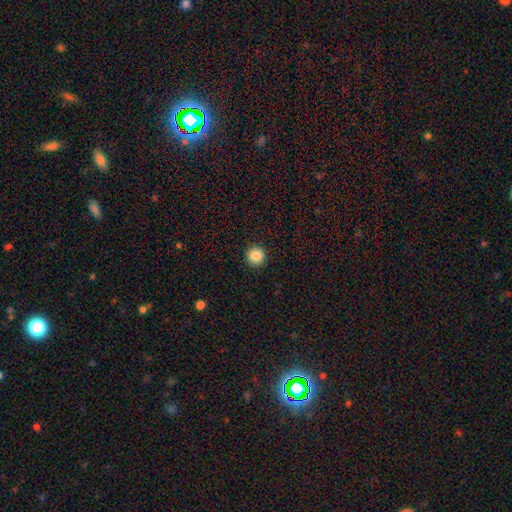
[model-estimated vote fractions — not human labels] This is clearly a smooth galaxy (87%). How rounded: clearly round (95%). Merging: clearly none (92%).